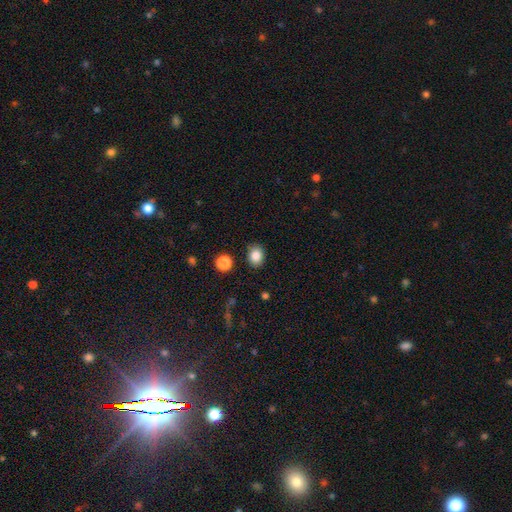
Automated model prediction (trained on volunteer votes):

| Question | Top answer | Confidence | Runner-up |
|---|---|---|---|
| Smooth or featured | smooth | 85% | star or artifact (10%) |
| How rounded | round | 51% | in between (48%) |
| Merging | none | 85% | minor disturbance (10%) |